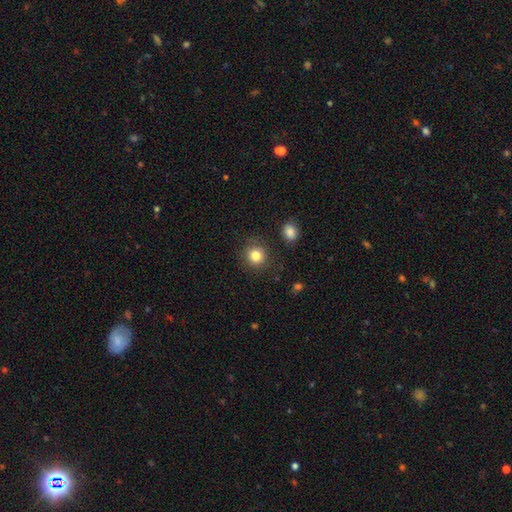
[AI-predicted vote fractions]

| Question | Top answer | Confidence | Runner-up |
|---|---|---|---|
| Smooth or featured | smooth | 83% | star or artifact (11%) |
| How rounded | round | 89% | in between (10%) |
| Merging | none | 85% | minor disturbance (9%) |